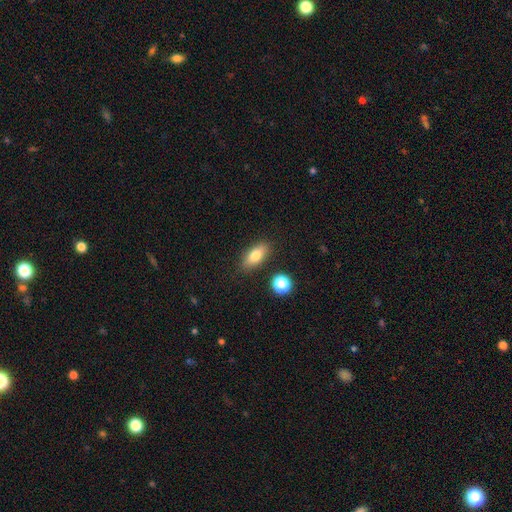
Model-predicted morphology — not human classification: A smooth galaxy with no disk features (76%) that is in between round and cigar-shaped (78%).

Vote fractions:
- Smooth or featured? smooth: 76% / featured or disk: 15% / star or artifact: 8%
- How rounded? in between: 78% / cigar-shaped: 15% / round: 6%
- Merging? none: 84% / minor disturbance: 10% / merger: 3% / major disturbance: 3%